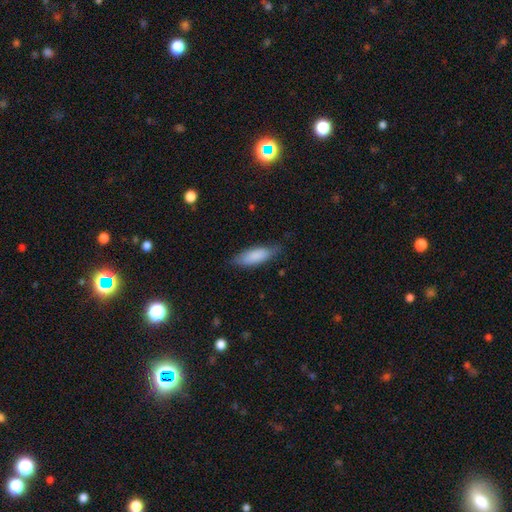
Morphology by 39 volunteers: smooth-or-featured: smooth: 82% | featured or disk: 13% | star or artifact: 5%
  how-rounded: in between: 62% | cigar-shaped: 38% | round: 0%
  merging: none: 65% | minor disturbance: 27% | major disturbance: 8% | merger: 0%